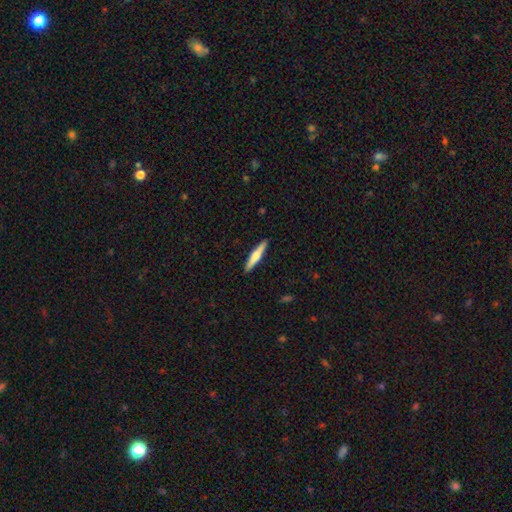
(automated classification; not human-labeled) This appears to be a smooth galaxy with no disk features (49%). Merging: none (91%).